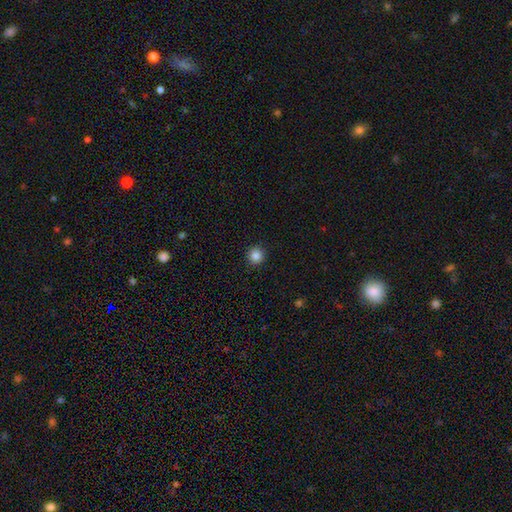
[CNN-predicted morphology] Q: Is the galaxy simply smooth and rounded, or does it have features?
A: smooth — 86%.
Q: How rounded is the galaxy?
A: round — 94%.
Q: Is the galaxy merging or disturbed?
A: none — 92%.